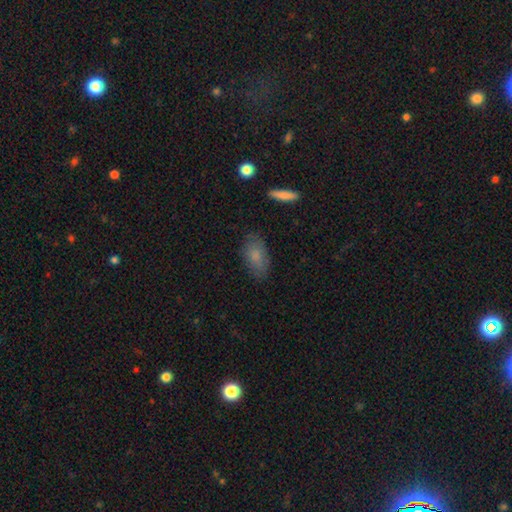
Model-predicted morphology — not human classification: A smooth galaxy with no disk features (80%) that is in between round and cigar-shaped (90%).

Vote fractions:
- Smooth or featured? smooth: 80% / featured or disk: 13% / star or artifact: 7%
- How rounded? in between: 90% / cigar-shaped: 5% / round: 5%
- Merging? none: 78% / minor disturbance: 16% / major disturbance: 4% / merger: 1%